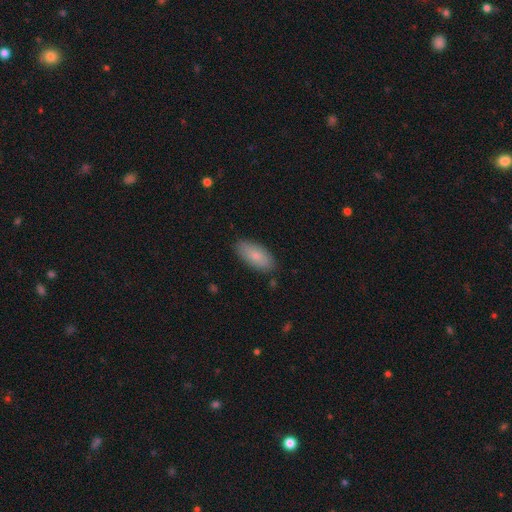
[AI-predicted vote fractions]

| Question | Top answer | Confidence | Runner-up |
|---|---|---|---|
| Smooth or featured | smooth | 83% | featured or disk (11%) |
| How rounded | in between | 90% | cigar-shaped (8%) |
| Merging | none | 85% | minor disturbance (11%) |